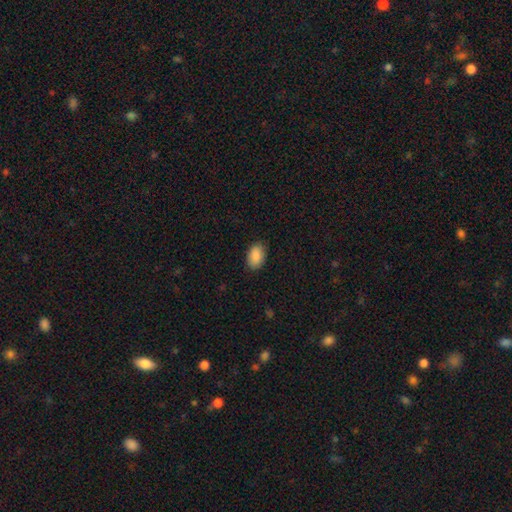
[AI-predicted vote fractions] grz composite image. It shows a smooth galaxy with no disk features (90%) that is in between round and cigar-shaped (90%). Merging: none (87%).